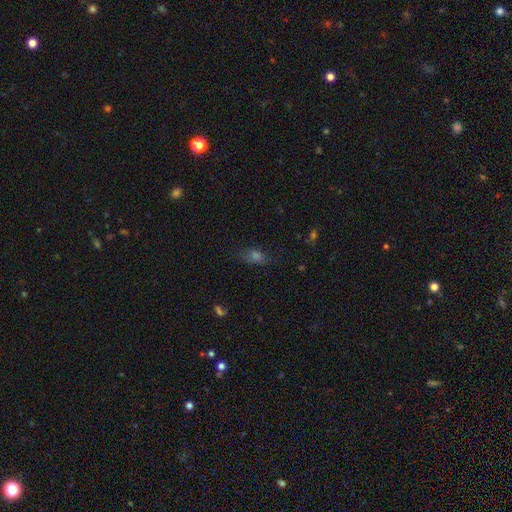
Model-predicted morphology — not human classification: smooth-or-featured: smooth: 56% | star or artifact: 28% | featured or disk: 15%
  how-rounded: in between: 71% | round: 18% | cigar-shaped: 12%
  merging: none: 73% | minor disturbance: 17% | major disturbance: 8% | merger: 2%